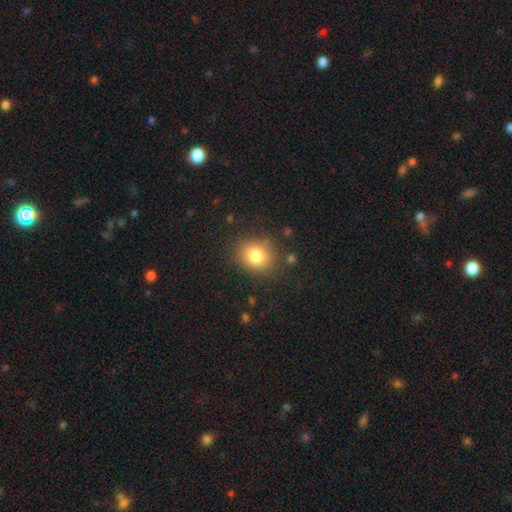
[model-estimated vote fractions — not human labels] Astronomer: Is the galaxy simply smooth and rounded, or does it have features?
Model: smooth — 80%.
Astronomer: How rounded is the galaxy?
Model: round — 68%.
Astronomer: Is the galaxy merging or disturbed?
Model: none — 84%.